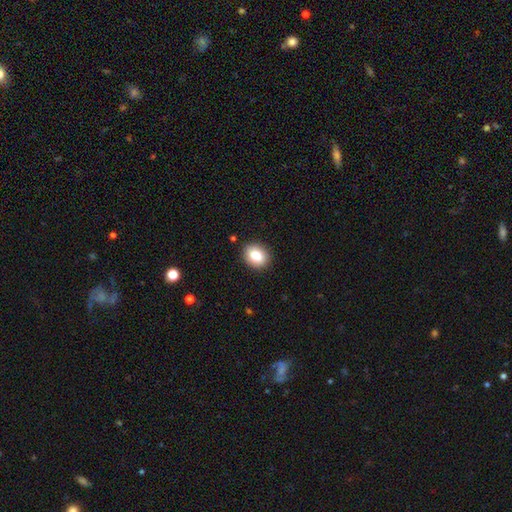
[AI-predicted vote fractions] Smooth or featured? smooth (80%)
How rounded? round (55%)
Merging? none (89%)